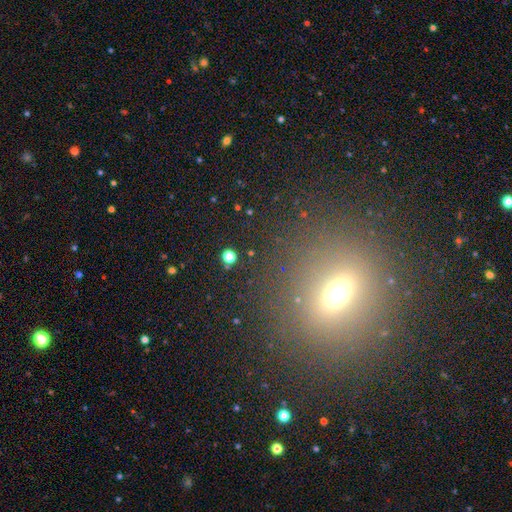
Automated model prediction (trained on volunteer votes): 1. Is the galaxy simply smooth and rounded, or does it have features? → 41% smooth, 36% star or artifact, 23% featured or disk.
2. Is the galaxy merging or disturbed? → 86% none, 7% minor disturbance, 5% major disturbance, 2% merger.